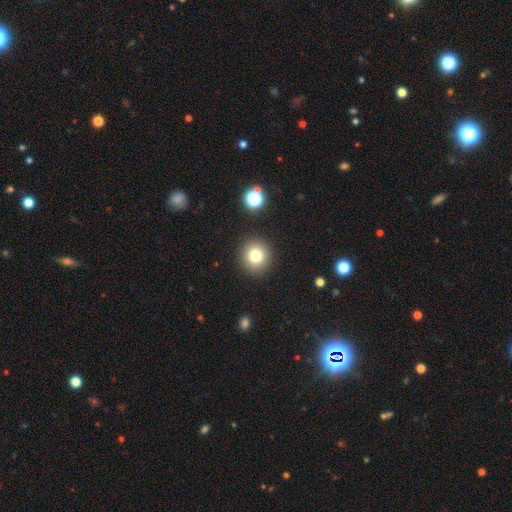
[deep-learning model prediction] The model was most divided on "smooth or featured": smooth: 78%, star or artifact: 13%, featured or disk: 9%. More confident: how rounded — round (91%); merging — none (90%).